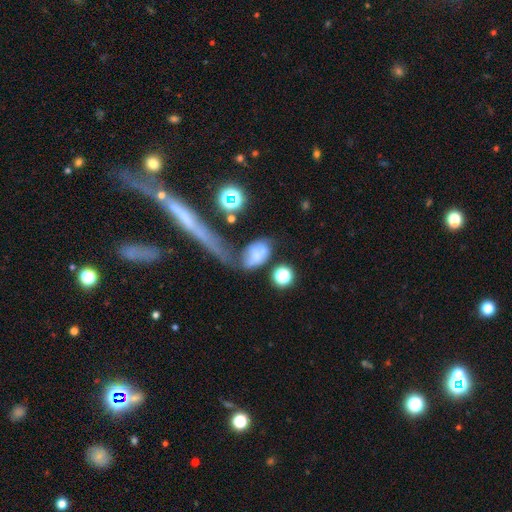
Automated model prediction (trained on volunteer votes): This appears to be a smooth galaxy with no disk features (56%) that is in between round and cigar-shaped (81%). Merging: none (30%, tied with merger).